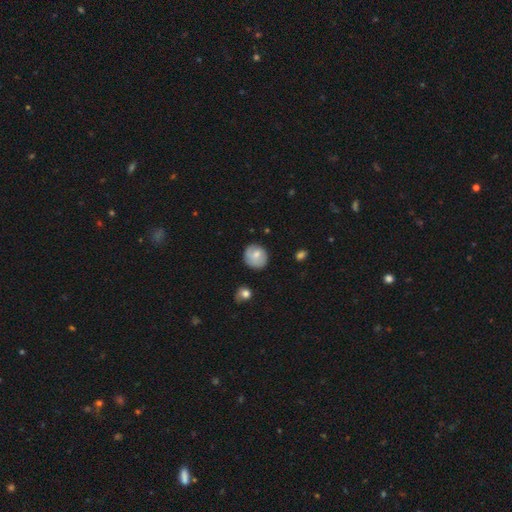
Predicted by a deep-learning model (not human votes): A smooth galaxy with no disk features (68%) that is round (82%). Merging: none (75%).